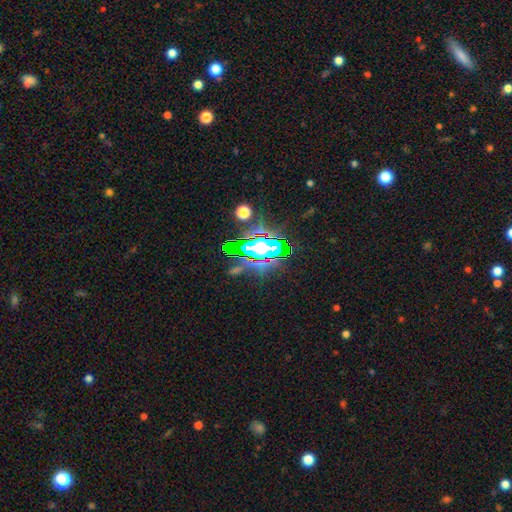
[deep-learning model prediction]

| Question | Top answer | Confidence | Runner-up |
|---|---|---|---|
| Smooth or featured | star or artifact | 71% | featured or disk (16%) |